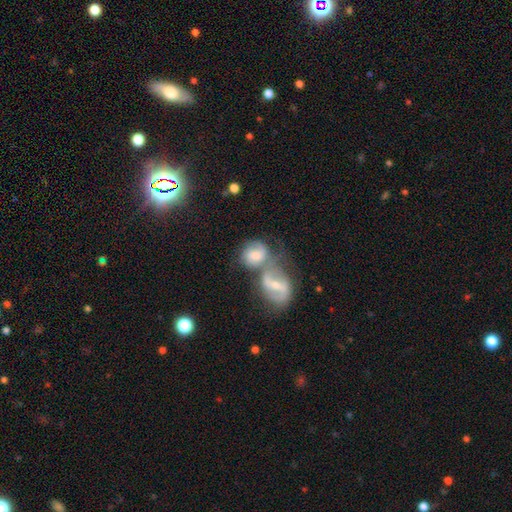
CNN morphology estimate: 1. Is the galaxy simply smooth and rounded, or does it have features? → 57% featured or disk, 31% smooth, 11% star or artifact.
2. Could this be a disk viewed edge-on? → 95% no, 5% yes.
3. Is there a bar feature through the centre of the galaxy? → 41% weak, 31% no, 28% strong.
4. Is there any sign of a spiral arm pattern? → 80% yes, 20% no.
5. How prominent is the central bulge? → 48% moderate, 36% small, 9% large, 6% none, 2% dominant.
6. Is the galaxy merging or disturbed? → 60% merger, 24% none, 9% minor disturbance, 6% major disturbance.